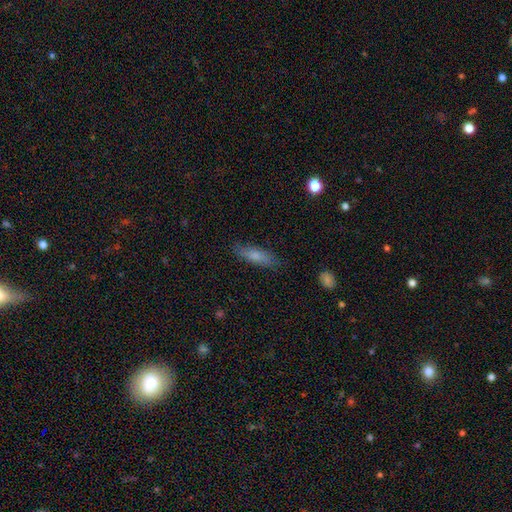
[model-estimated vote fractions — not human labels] smooth_or_featured: smooth (p=0.72) [alt: featured or disk p=0.21]
how_rounded: cigar-shaped (p=0.57) [alt: in between p=0.41]
merging: none (p=0.81) [alt: minor disturbance p=0.14]